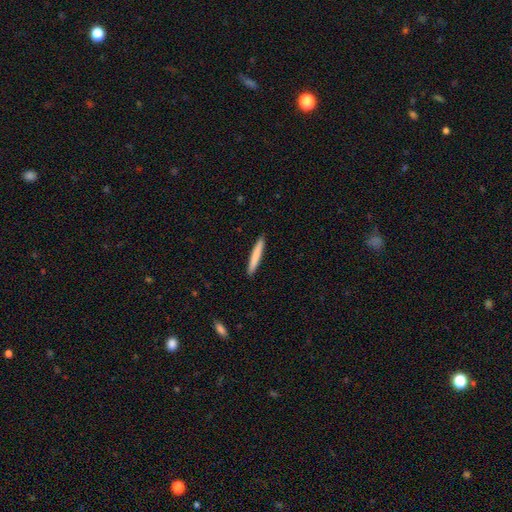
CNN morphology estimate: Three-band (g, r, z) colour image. It shows a smooth galaxy with no disk features (80%) that is cigar-shaped (96%). Merging: none (92%).